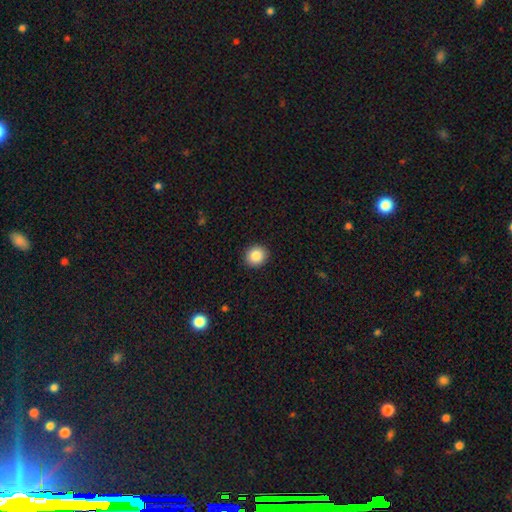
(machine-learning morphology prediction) Smooth or featured? Predicted: smooth (p=0.86). How rounded? Predicted: round (p=0.87). Merging? Predicted: none (p=0.92).